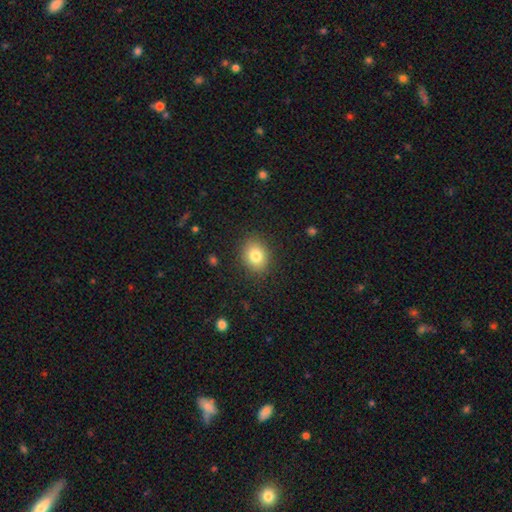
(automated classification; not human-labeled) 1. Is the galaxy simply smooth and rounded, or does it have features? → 81% smooth, 10% star or artifact, 9% featured or disk.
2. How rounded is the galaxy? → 52% round, 47% in between, 1% cigar-shaped.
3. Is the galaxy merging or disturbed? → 87% none, 9% minor disturbance, 3% major disturbance, 1% merger.